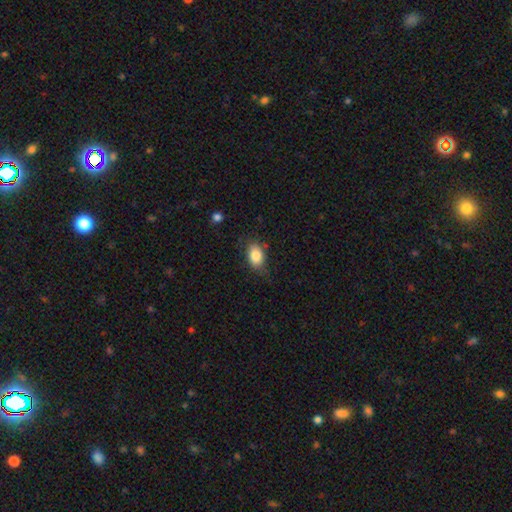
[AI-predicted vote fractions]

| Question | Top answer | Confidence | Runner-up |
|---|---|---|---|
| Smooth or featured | smooth | 85% | star or artifact (8%) |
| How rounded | in between | 86% | round (12%) |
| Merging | none | 74% | minor disturbance (19%) |